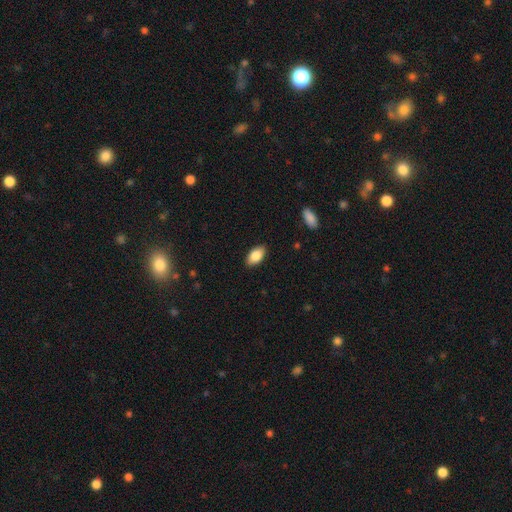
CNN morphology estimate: Smooth or featured? Predicted: smooth (p=0.85). How rounded? Predicted: in between (p=0.93). Merging? Predicted: none (p=0.88).